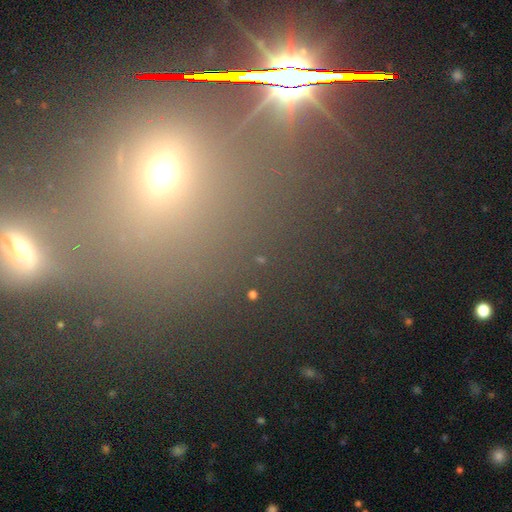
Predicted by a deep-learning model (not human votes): The model was most divided on "smooth or featured": star or artifact: 61%, smooth: 27%, featured or disk: 12%.